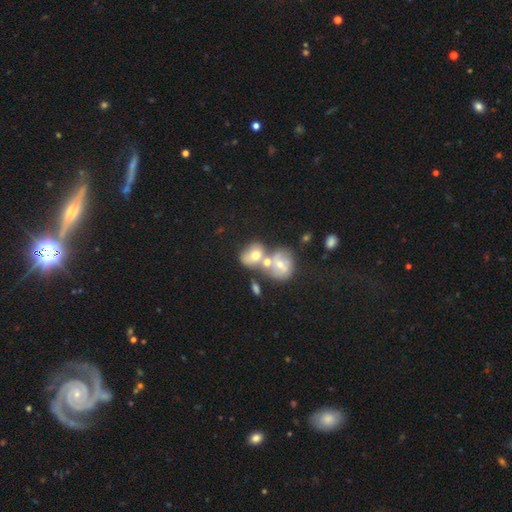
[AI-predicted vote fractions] Smooth or featured: smooth — 54% (featured or disk — 35%)
How rounded: in between — 50% (round — 48%)
Merging: merger — 62% (none — 24%)